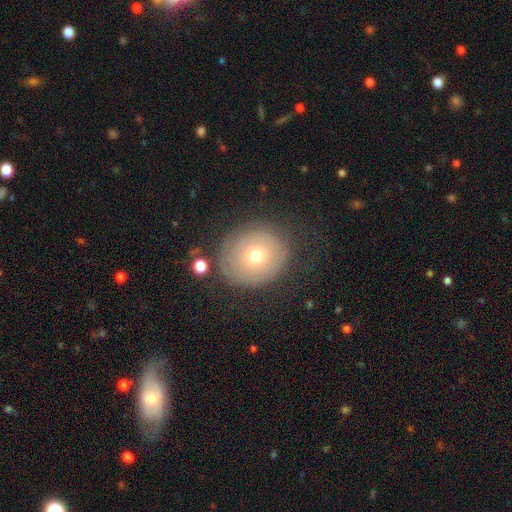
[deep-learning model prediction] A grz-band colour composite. It shows a smooth galaxy with no disk features (56%) that is round (77%). Merging: none (73%).